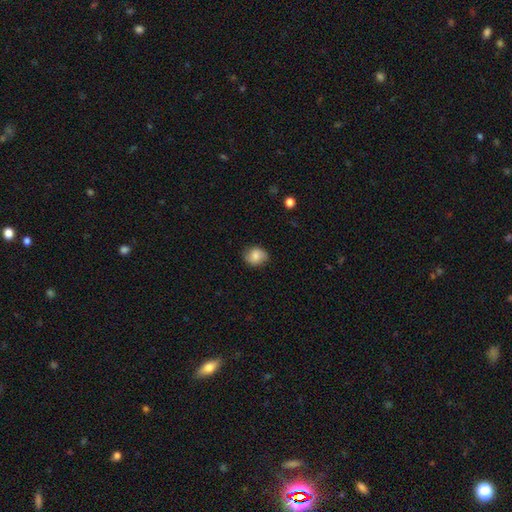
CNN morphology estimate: Smooth or featured?
  - smooth: 77% *
  - featured or disk: 14%
  - star or artifact: 9%
How rounded?
  - round: 62% *
  - in between: 37%
  - cigar-shaped: 1%
Merging?
  - none: 81% *
  - minor disturbance: 14%
  - major disturbance: 3%
  - merger: 1%